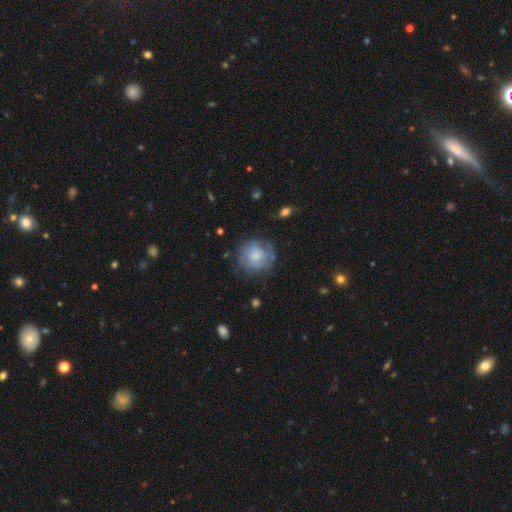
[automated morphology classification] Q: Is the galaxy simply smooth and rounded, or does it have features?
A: featured or disk — 52%.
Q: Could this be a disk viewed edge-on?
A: no — 98%.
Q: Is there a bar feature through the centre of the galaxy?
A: no — 76%.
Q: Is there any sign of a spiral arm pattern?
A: yes — 79%.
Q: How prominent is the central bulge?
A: small — 42%.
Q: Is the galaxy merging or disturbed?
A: none — 71%.